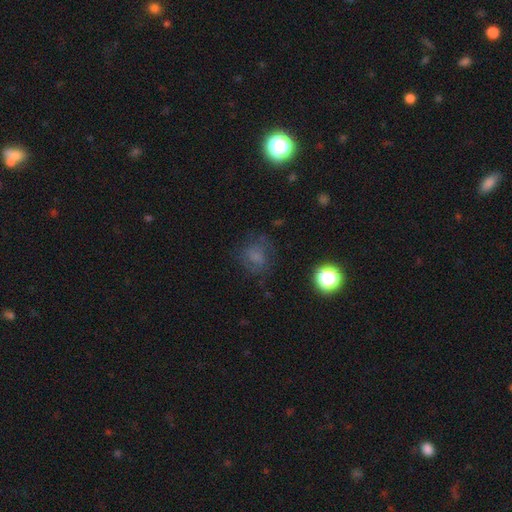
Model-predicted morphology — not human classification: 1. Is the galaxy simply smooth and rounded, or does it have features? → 57% smooth, 24% featured or disk, 19% star or artifact.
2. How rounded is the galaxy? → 74% round, 25% in between, 1% cigar-shaped.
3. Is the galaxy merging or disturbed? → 64% none, 20% minor disturbance, 14% major disturbance, 2% merger.